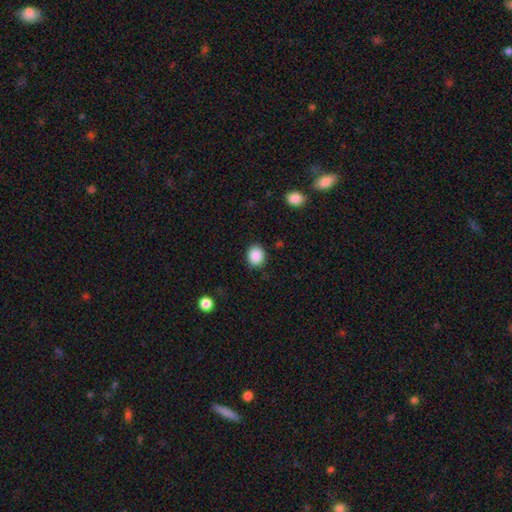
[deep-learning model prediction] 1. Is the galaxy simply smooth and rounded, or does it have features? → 88% smooth, 8% star or artifact, 3% featured or disk.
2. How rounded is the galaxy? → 68% round, 31% in between, 1% cigar-shaped.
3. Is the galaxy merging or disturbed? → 87% none, 9% minor disturbance, 3% major disturbance, 1% merger.